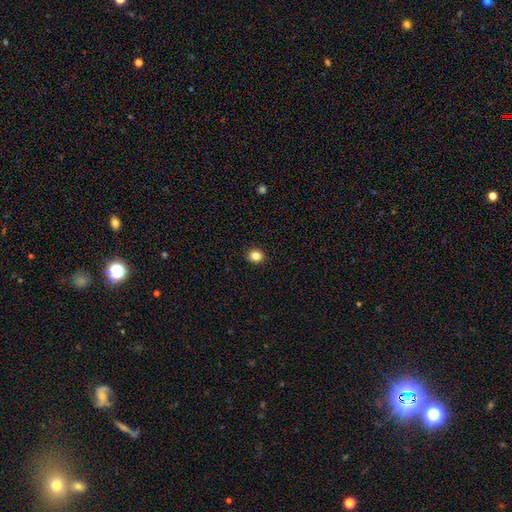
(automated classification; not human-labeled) Morphology: type=smooth (84%); roundness=round (68%); merging=none (91%).